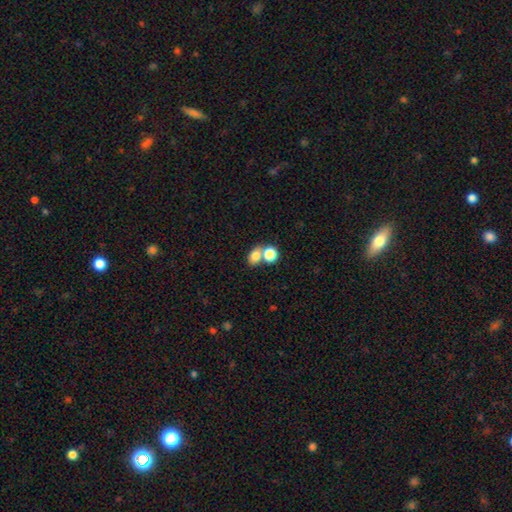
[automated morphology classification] Overall: smooth (77%). How rounded: in between (55%; round 44%). Merging: merger (46%; none 42%).